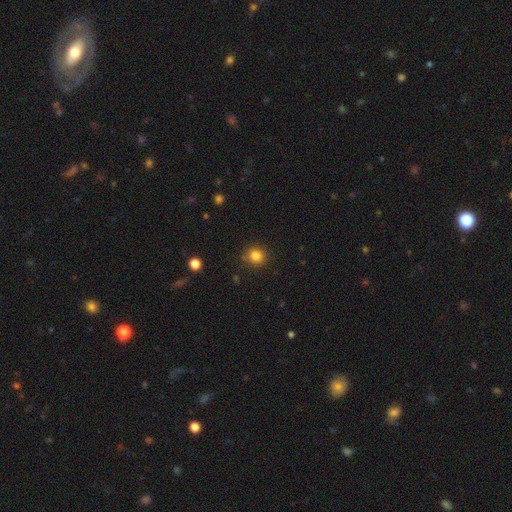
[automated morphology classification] type=smooth (83%); roundness=round (86%); merging=none (86%).